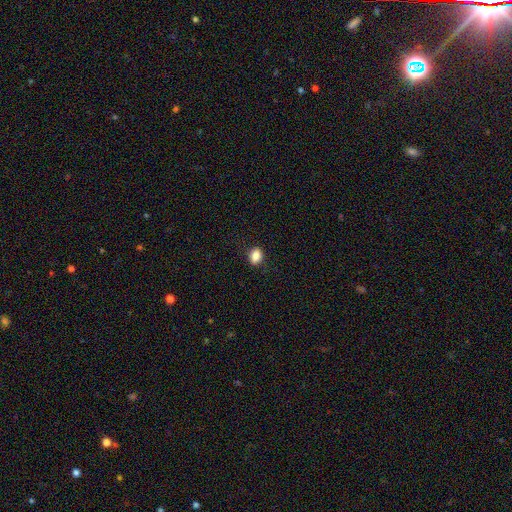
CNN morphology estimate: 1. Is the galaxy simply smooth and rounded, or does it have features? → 86% smooth, 9% star or artifact, 5% featured or disk.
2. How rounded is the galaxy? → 67% in between, 31% round, 1% cigar-shaped.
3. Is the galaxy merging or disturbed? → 85% none, 12% minor disturbance, 3% major disturbance, 1% merger.